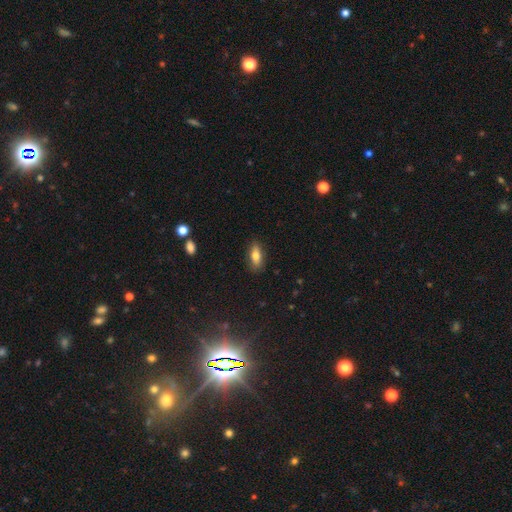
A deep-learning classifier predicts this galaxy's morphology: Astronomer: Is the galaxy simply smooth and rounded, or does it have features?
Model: smooth — 74%.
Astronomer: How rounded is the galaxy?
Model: in between — 72%.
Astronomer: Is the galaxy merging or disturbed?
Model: none — 84%.